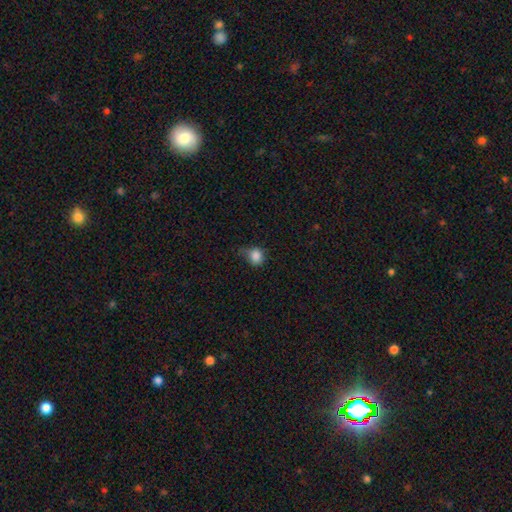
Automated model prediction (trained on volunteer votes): smooth 84%, star or artifact 10%, featured or disk 5%. Down the decision tree: how rounded — round (76%); merging — none (45%).